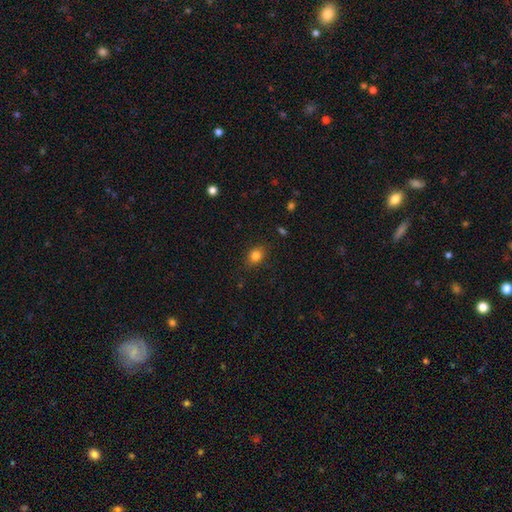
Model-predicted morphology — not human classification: Smooth or featured: smooth — 81% (star or artifact — 11%)
How rounded: in between — 55% (round — 43%)
Merging: none — 81% (minor disturbance — 14%)